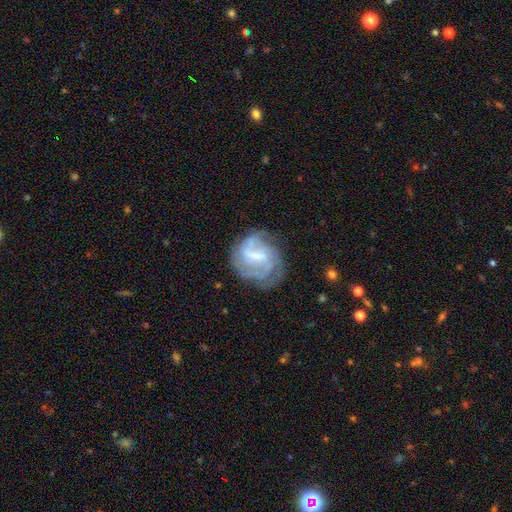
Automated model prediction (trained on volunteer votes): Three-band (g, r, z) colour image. It shows a featured or disk galaxy (79%) with a weak bar (50%), 2 (42%) medium (42%) spiral arms (88%) and a small central bulge (51%). Merging: none (61%).